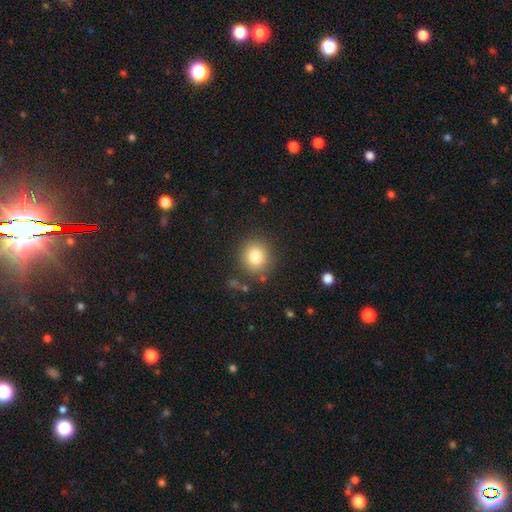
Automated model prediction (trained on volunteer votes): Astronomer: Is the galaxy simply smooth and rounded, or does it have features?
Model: smooth — 79%.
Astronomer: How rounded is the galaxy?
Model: round — 90%.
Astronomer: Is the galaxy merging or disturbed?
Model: none — 88%.